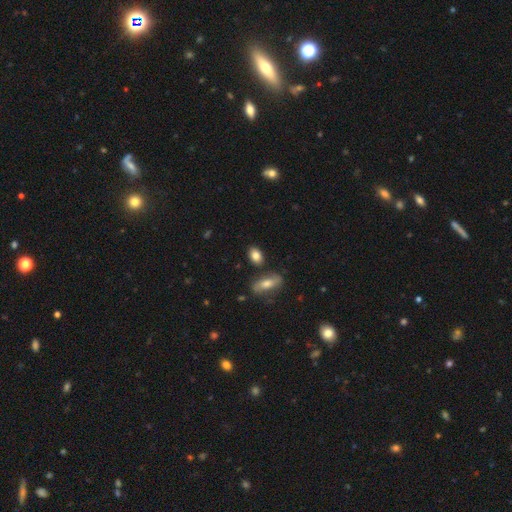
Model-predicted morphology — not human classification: Smooth or featured: smooth — 82% (featured or disk — 10%)
How rounded: in between — 84% (round — 12%)
Merging: none — 79% (minor disturbance — 11%)